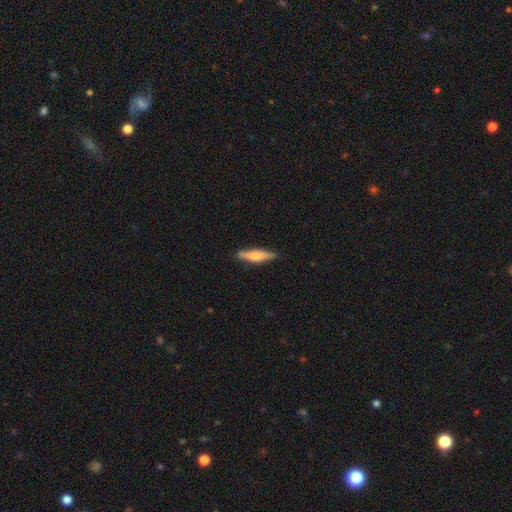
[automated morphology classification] smooth_or_featured: smooth (p=0.59) [alt: featured or disk p=0.35]
how_rounded: cigar-shaped (p=0.80) [alt: in between p=0.18]
merging: none (p=0.88) [alt: minor disturbance p=0.09]